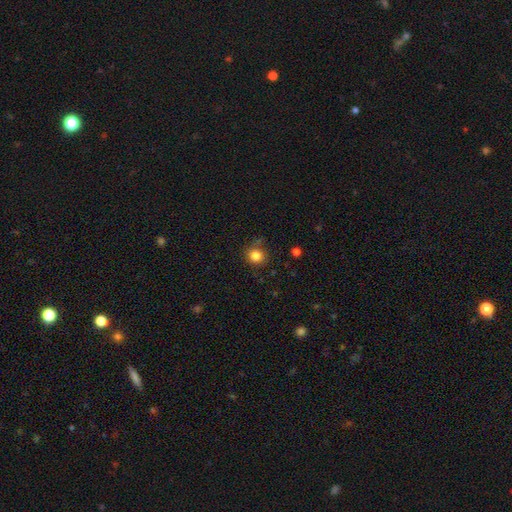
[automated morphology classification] This appears to be a smooth galaxy with no disk features (83%) that is round (88%). Merging: none (79%).